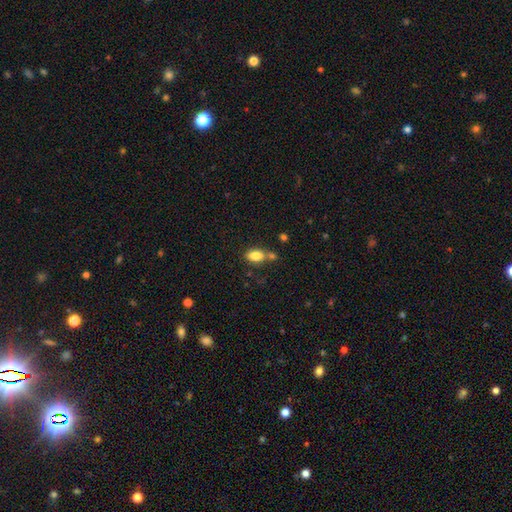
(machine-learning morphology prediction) type=smooth (83%); roundness=in between (87%); merging=none (55%).